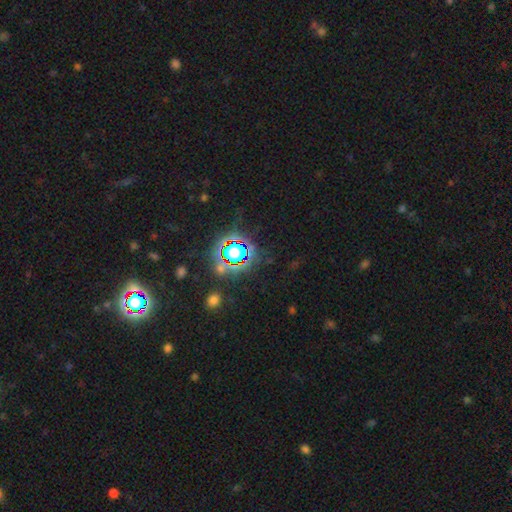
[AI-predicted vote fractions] The model was most divided on "smooth or featured": star or artifact: 78%, smooth: 14%, featured or disk: 8%.